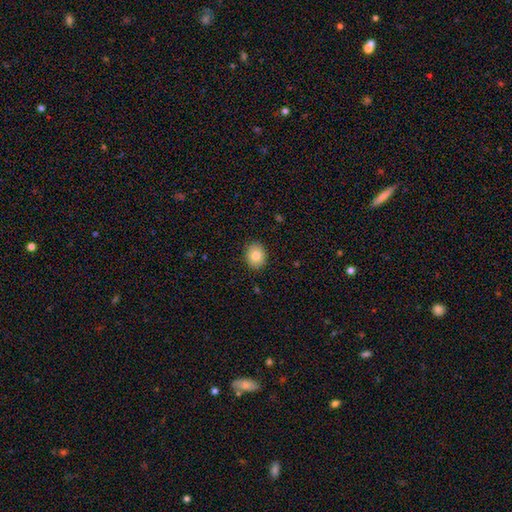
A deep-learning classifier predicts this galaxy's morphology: This appears to be a smooth galaxy with no disk features (82%) that is round (59%). Merging: none (90%).